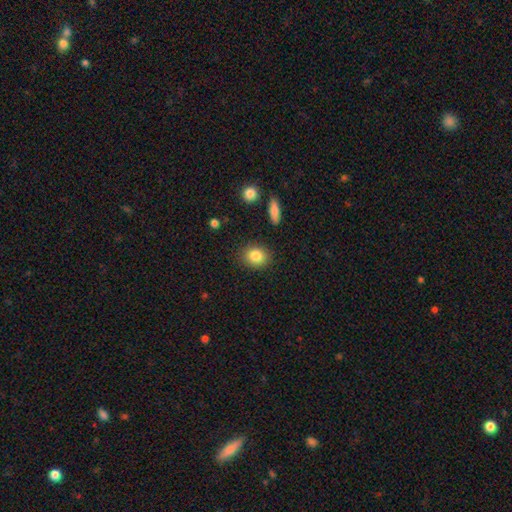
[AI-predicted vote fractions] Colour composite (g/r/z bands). It shows a smooth galaxy with no disk features (84%) that is round (64%). Merging: none (87%).